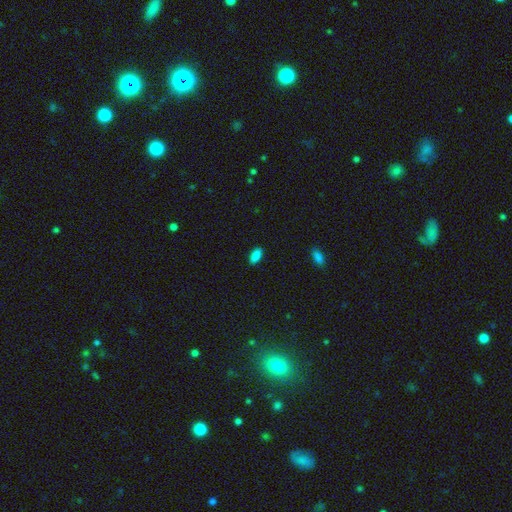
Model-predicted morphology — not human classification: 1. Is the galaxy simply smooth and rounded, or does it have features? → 87% smooth, 10% star or artifact, 3% featured or disk.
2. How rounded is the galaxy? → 90% in between, 7% cigar-shaped, 3% round.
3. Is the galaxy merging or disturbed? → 87% none, 10% minor disturbance, 2% major disturbance, 1% merger.